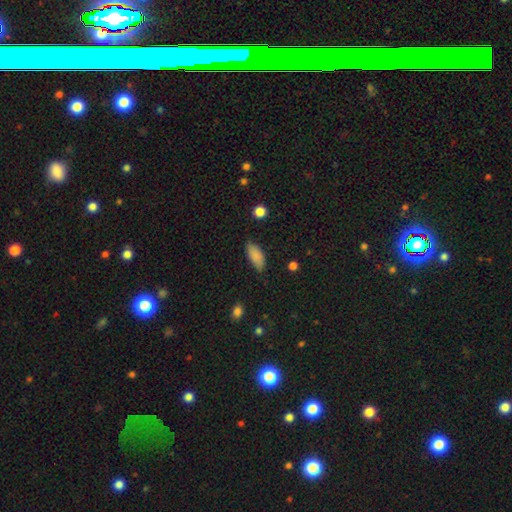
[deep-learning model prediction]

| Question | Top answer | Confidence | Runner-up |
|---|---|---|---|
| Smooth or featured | smooth | 87% | star or artifact (7%) |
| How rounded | in between | 86% | cigar-shaped (12%) |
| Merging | none | 74% | minor disturbance (21%) |